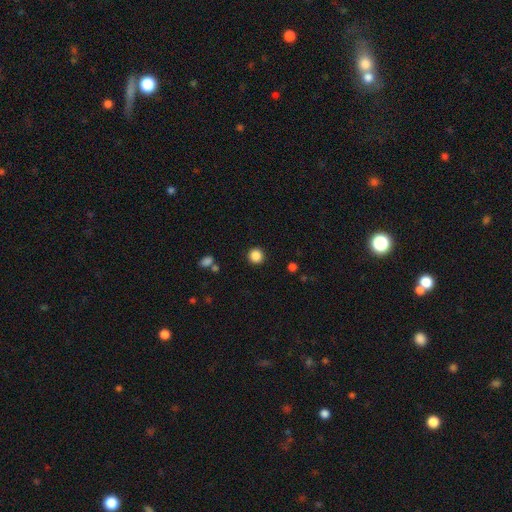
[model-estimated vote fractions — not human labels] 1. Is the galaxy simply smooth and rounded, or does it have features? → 87% smooth, 10% star or artifact, 3% featured or disk.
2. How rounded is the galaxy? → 93% round, 6% in between, 1% cigar-shaped.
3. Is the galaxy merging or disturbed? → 90% none, 6% minor disturbance, 2% major disturbance, 2% merger.